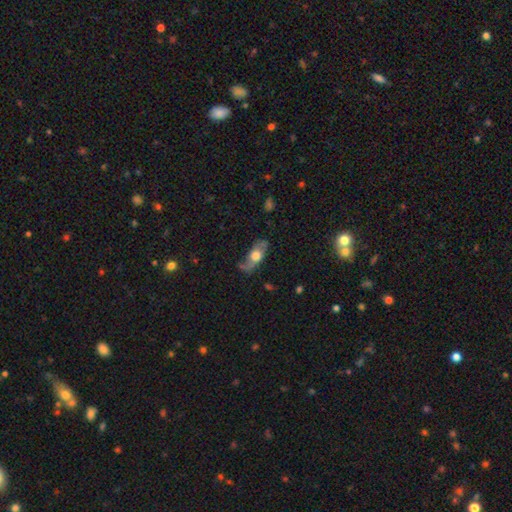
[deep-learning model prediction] Smooth or featured?
  - featured or disk: 50% *
  - smooth: 43%
  - star or artifact: 7%
Edge-on disk?
  - no: 70% *
  - yes: 30%
Merging?
  - none: 55% *
  - minor disturbance: 28%
  - major disturbance: 14%
  - merger: 3%